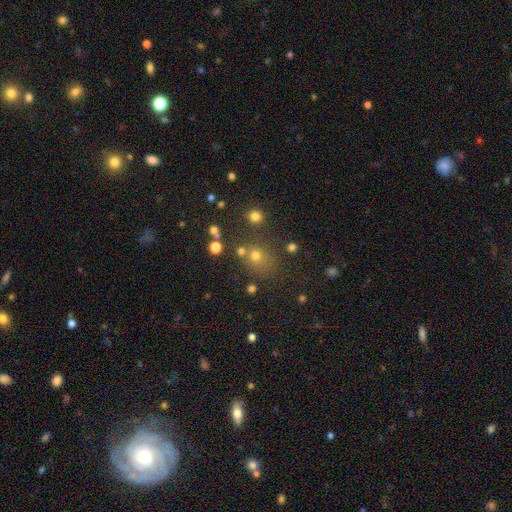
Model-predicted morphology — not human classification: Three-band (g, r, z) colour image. It shows a smooth galaxy with no disk features (63%) that is round (77%). Merging: none (67%).